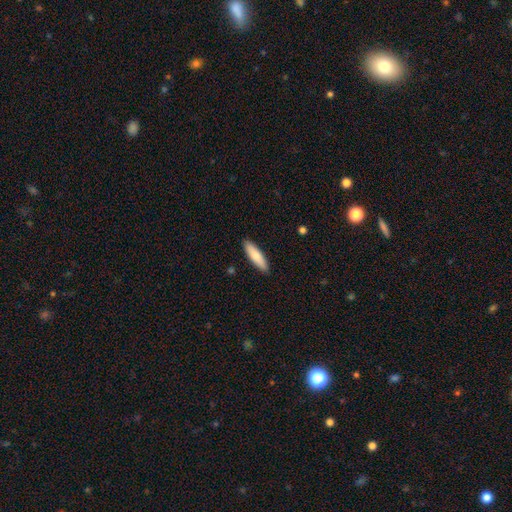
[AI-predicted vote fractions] Overall: smooth (83%). How rounded: cigar-shaped (66%; in between 33%). Merging: none (90%).